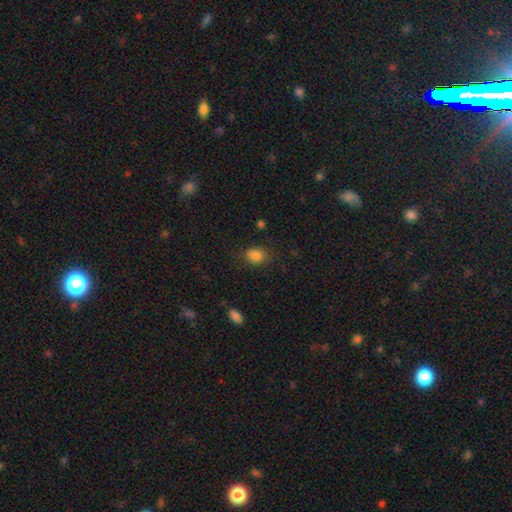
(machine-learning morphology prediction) The model was most divided on "how rounded": in between: 54%, round: 45%, cigar-shaped: 1%. More confident: smooth or featured — smooth (83%); merging — none (73%).